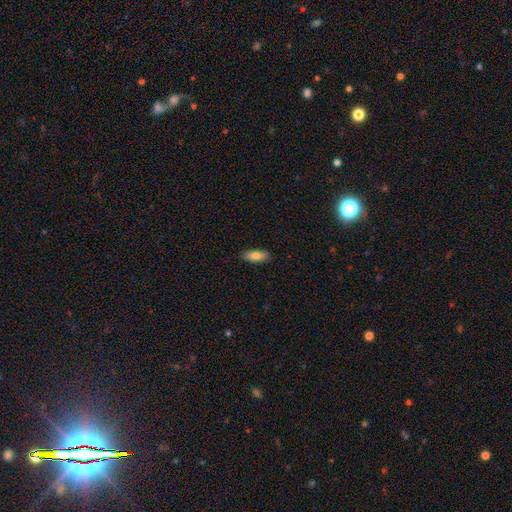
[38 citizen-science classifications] Volunteers were most divided on "smooth or featured": smooth: 79%, featured or disk: 16%, star or artifact: 5%. More confident: how rounded — in between (90%); merging — none (83%).